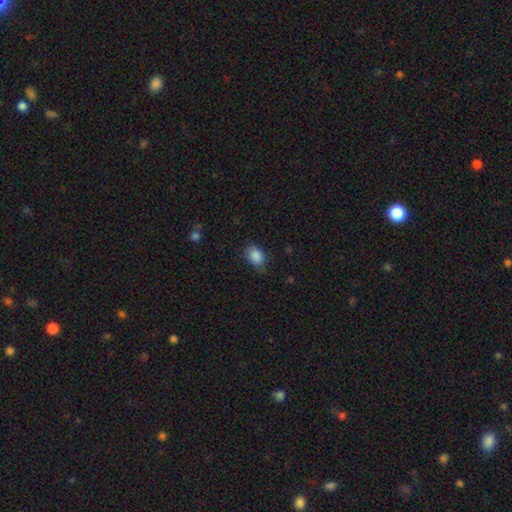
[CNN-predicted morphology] A smooth galaxy with no disk features (88%) that is in between round and cigar-shaped (80%). Merging: none (69%).